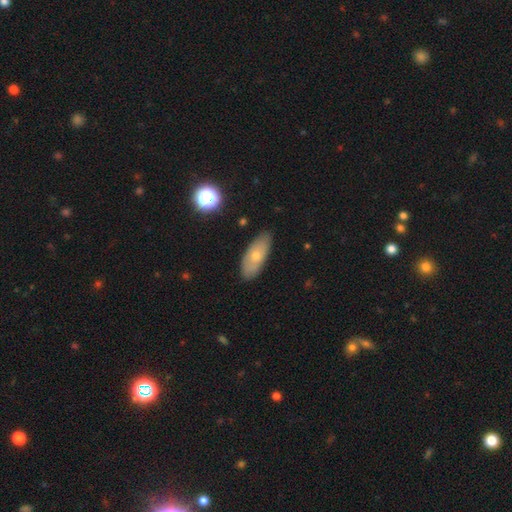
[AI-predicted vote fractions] Smooth or featured: smooth — 59% (featured or disk — 32%)
How rounded: in between — 78% (cigar-shaped — 18%)
Merging: none — 82% (minor disturbance — 14%)